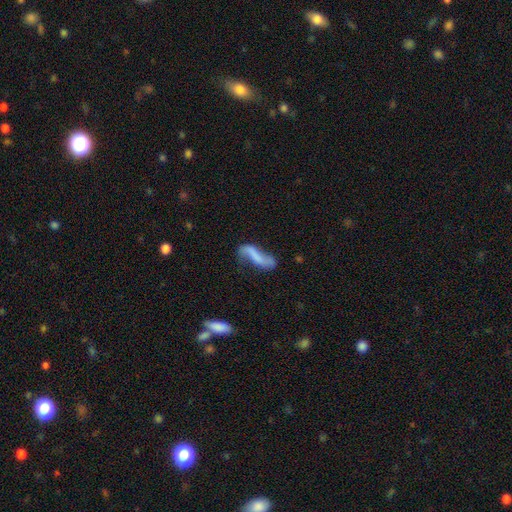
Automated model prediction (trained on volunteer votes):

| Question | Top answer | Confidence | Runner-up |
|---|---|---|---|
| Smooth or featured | featured or disk | 56% | smooth (36%) |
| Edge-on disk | no | 87% | yes (13%) |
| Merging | none | 49% | minor disturbance (26%) |